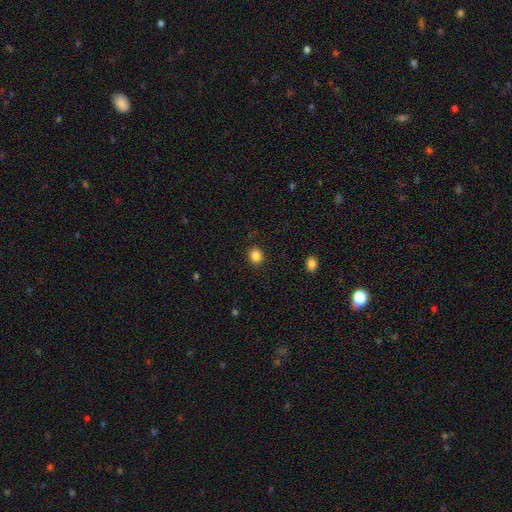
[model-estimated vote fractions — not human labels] This appears to be a smooth galaxy with no disk features (85%) that is round (76%). Merging: none (90%).